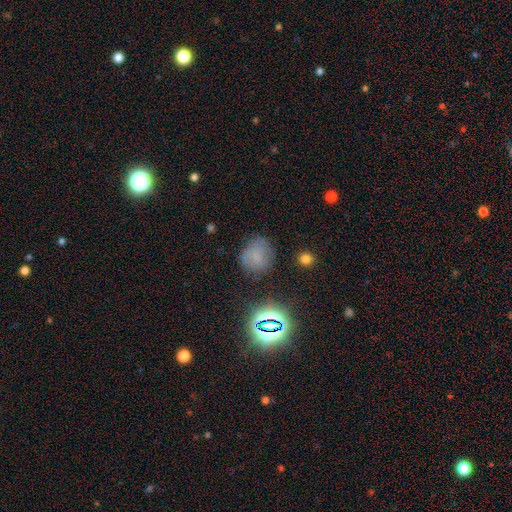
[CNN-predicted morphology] This appears to be a smooth galaxy with no disk features (60%) that is round (76%). Merging: none (73%).